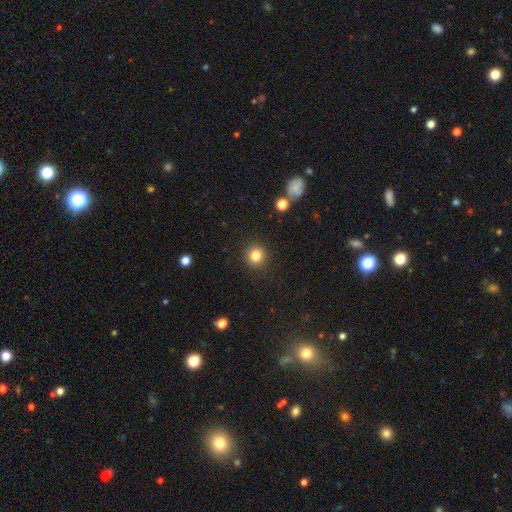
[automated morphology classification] This appears to be a smooth galaxy with no disk features (82%) that is round (92%). Merging: none (91%).